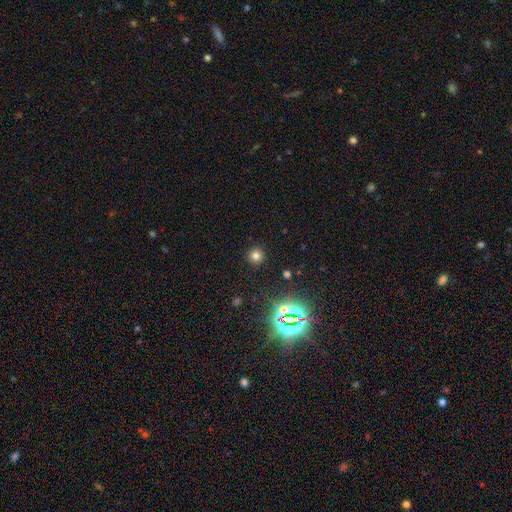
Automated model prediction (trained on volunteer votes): This is likely a smooth galaxy (74%). How rounded: clearly round (94%). Merging: clearly none (91%).